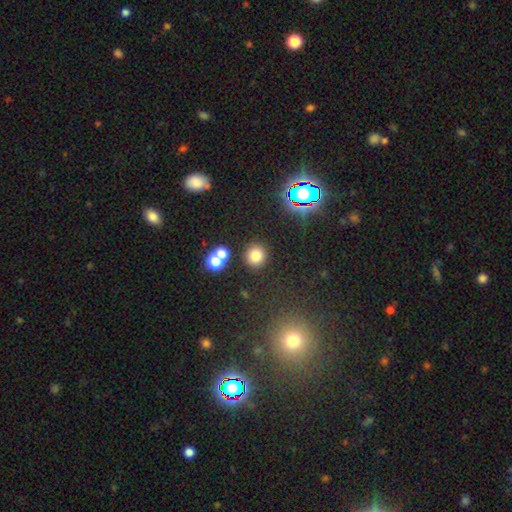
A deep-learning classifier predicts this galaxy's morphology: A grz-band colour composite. It shows a smooth galaxy with no disk features (76%) that is round (89%). Merging: none (83%).